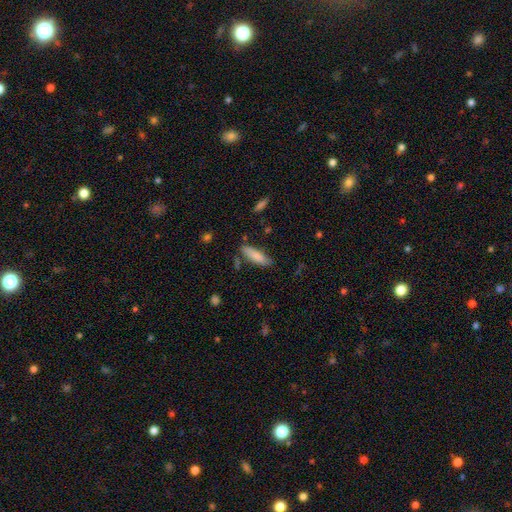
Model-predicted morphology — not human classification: smooth_or_featured: smooth (p=0.83) [alt: featured or disk p=0.11]
how_rounded: cigar-shaped (p=0.55) [alt: in between p=0.43]
merging: none (p=0.77) [alt: minor disturbance p=0.16]